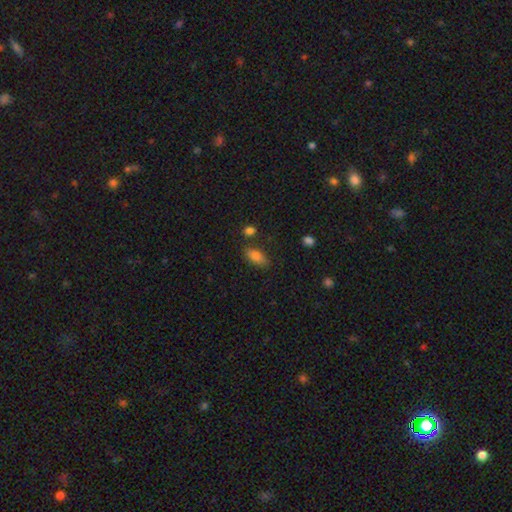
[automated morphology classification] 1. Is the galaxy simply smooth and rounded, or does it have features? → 82% smooth, 9% featured or disk, 9% star or artifact.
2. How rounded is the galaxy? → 83% in between, 13% cigar-shaped, 4% round.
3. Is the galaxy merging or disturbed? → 74% none, 16% minor disturbance, 5% merger, 4% major disturbance.